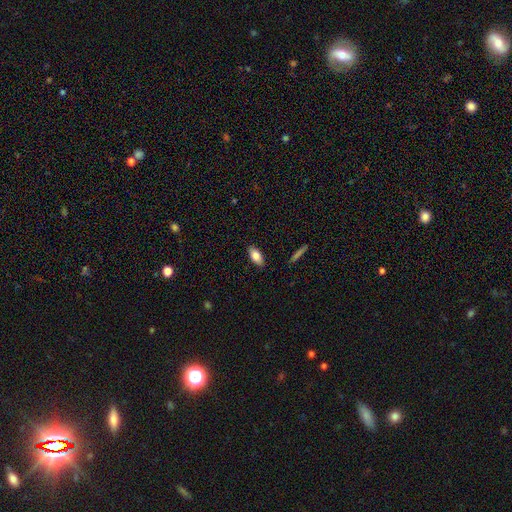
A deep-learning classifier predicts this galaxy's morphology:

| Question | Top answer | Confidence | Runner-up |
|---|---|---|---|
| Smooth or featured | smooth | 79% | featured or disk (14%) |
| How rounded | in between | 86% | cigar-shaped (11%) |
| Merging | none | 88% | minor disturbance (9%) |